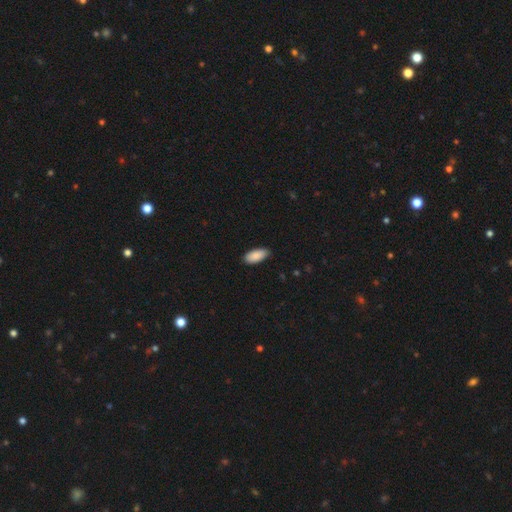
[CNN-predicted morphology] Smooth or featured: smooth — 89% (star or artifact — 6%)
How rounded: in between — 92% (cigar-shaped — 7%)
Merging: none — 84% (minor disturbance — 13%)